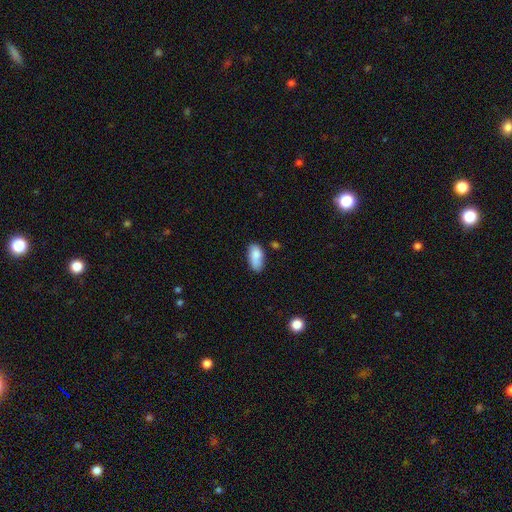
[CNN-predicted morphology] Q: Smooth or featured?
A: smooth (85%); runner-up: featured or disk (8%)
Q: How rounded?
A: in between (91%); runner-up: cigar-shaped (6%)
Q: Merging?
A: none (62%); runner-up: minor disturbance (27%)